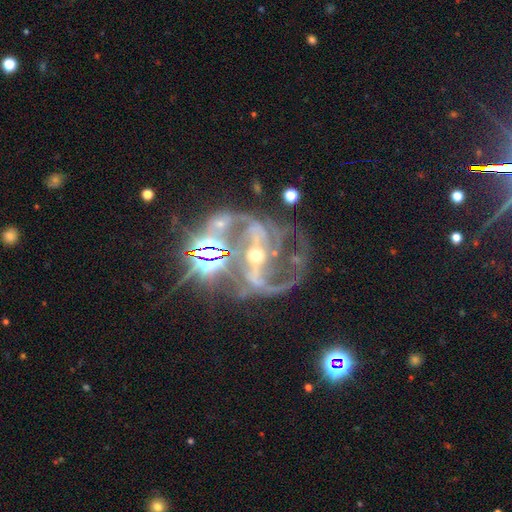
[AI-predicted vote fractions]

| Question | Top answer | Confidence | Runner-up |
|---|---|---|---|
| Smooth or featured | featured or disk | 84% | star or artifact (13%) |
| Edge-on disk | no | 97% | yes (3%) |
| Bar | strong | 63% | weak (22%) |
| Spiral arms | yes | 96% | no (4%) |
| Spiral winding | medium | 54% | loose (27%) |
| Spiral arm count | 2 | 67% | 3 (13%) |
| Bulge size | moderate | 48% | small (47%) |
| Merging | none | 48% | major disturbance (24%) |